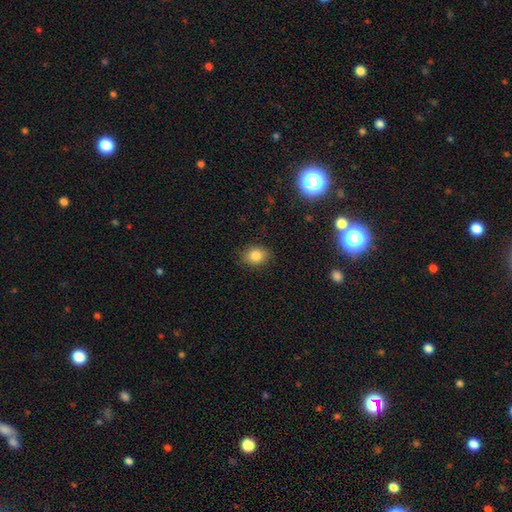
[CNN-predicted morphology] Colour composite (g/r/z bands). It shows a smooth galaxy with no disk features (83%) that is in between round and cigar-shaped (54%). Merging: none (86%).